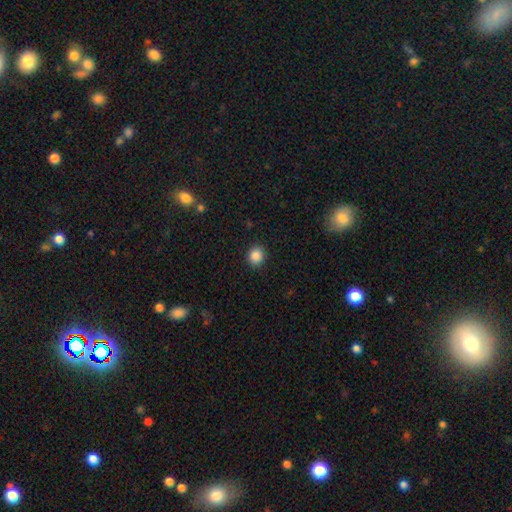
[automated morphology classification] Overall: smooth (87%). How rounded: round (81%). Merging: none (91%).